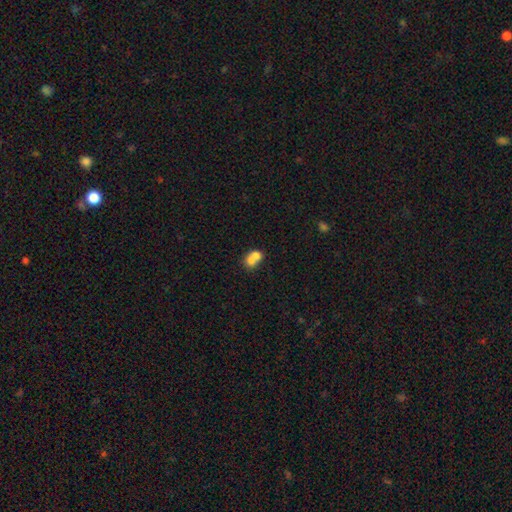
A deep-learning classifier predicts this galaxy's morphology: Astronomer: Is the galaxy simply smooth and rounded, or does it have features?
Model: smooth — 69%.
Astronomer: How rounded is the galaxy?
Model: round — 53% (runner-up: in between, 46%).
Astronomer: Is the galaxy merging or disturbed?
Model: merger — 68%.